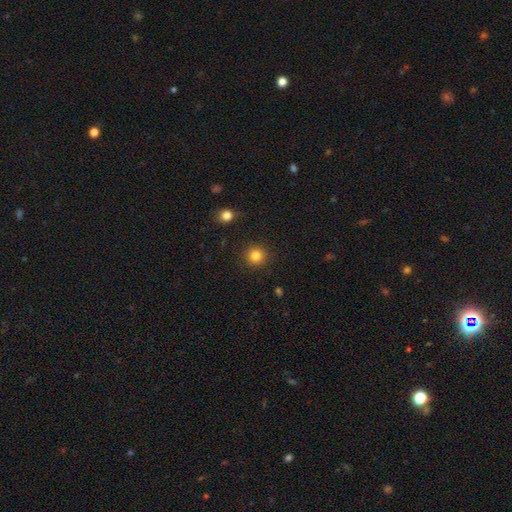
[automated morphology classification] This is clearly a smooth galaxy (83%). How rounded: clearly round (92%). Merging: clearly none (90%).